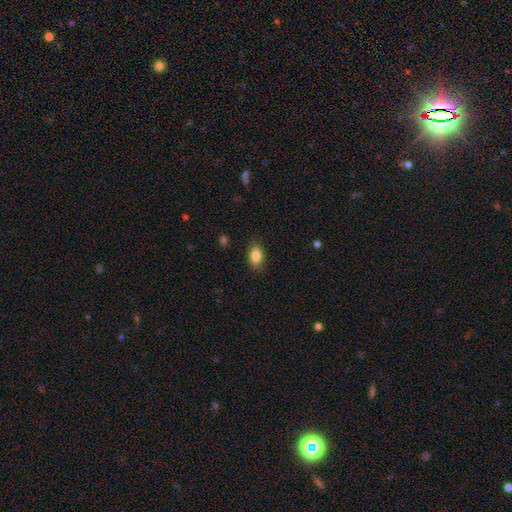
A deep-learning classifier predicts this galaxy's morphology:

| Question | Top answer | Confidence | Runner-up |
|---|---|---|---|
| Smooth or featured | smooth | 84% | featured or disk (8%) |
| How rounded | in between | 88% | round (7%) |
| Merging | none | 82% | minor disturbance (14%) |